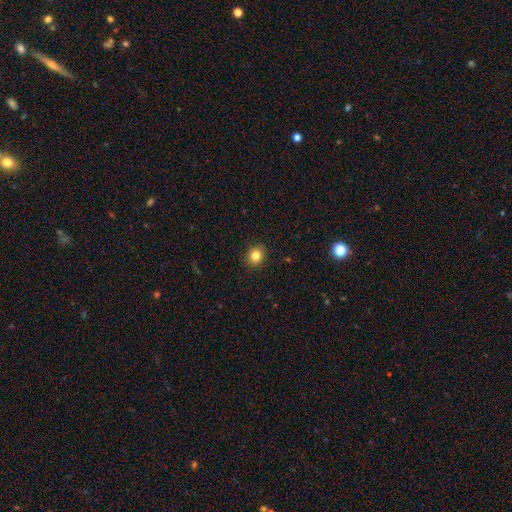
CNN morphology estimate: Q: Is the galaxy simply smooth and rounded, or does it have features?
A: smooth — 83%.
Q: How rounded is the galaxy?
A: round — 67%.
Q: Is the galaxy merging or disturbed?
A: none — 91%.